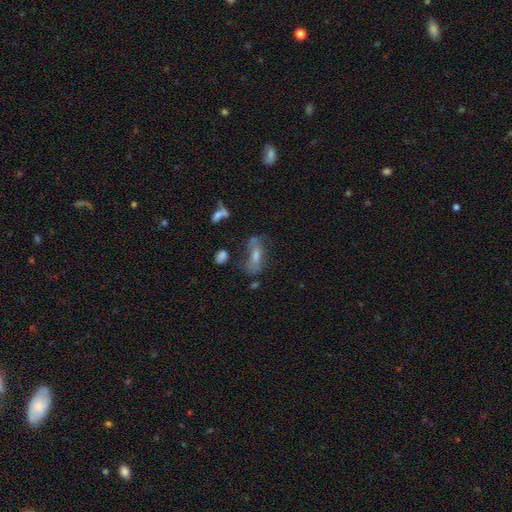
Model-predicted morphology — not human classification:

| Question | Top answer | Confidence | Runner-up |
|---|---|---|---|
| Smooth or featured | featured or disk | 47% | smooth (36%) |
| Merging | none | 53% | minor disturbance (22%) |